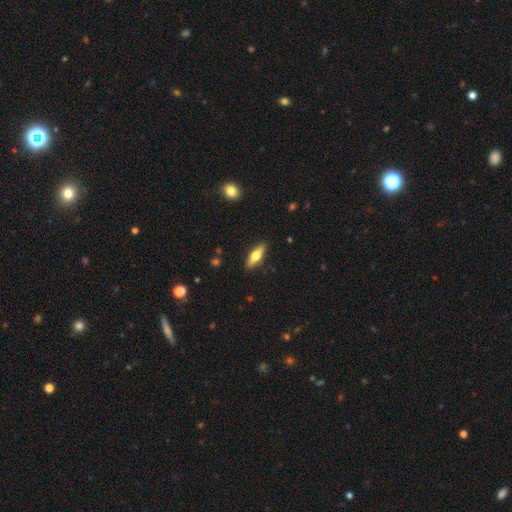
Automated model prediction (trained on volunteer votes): smooth-or-featured: smooth: 52% | featured or disk: 42% | star or artifact: 6%
  how-rounded: cigar-shaped: 56% | in between: 42% | round: 3%
  merging: none: 89% | minor disturbance: 8% | major disturbance: 2% | merger: 1%